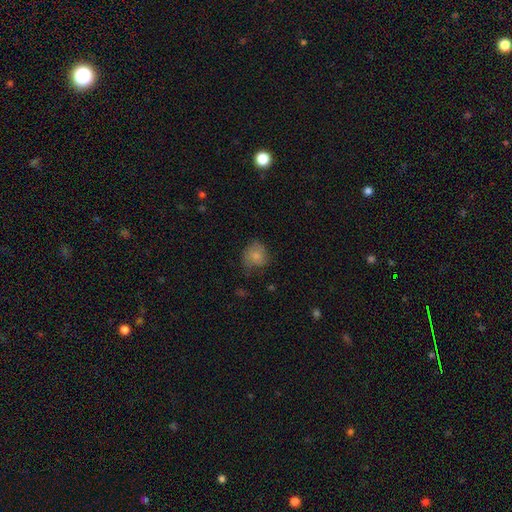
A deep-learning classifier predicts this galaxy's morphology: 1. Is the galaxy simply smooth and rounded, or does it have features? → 75% smooth, 16% featured or disk, 9% star or artifact.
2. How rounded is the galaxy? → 73% round, 26% in between, 1% cigar-shaped.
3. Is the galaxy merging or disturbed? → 57% none, 30% minor disturbance, 12% major disturbance, 2% merger.